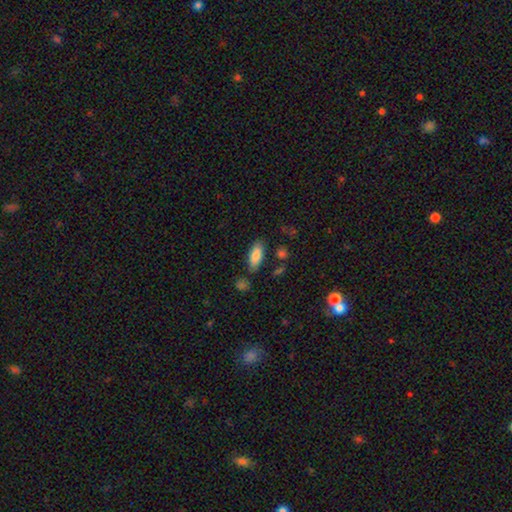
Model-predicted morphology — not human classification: This appears to be a smooth galaxy with no disk features (84%) that is in between round and cigar-shaped (81%). Merging: none (79%).